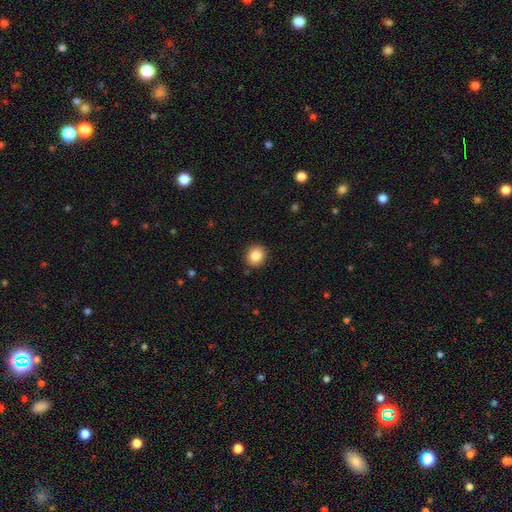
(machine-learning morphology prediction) smooth 86%, star or artifact 9%, featured or disk 5%. Down the decision tree: how rounded — round (82%); merging — none (90%).